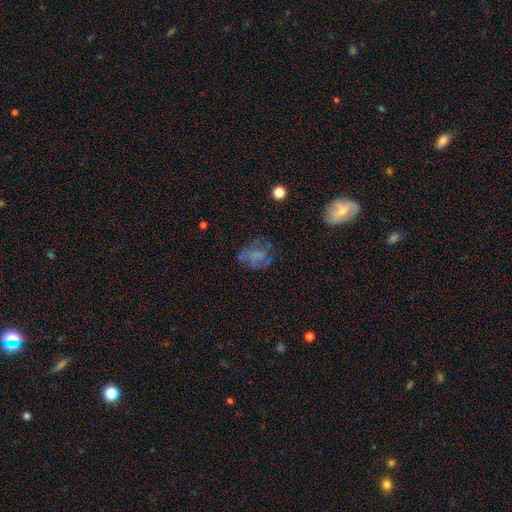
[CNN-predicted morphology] smooth_or_featured: smooth (p=0.45) [alt: featured or disk p=0.39]
merging: none (p=0.53) [alt: major disturbance p=0.22]